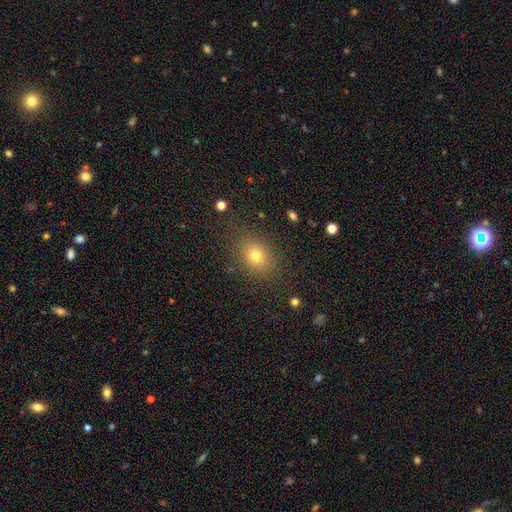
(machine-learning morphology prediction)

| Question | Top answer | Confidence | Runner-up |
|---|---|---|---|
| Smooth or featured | smooth | 75% | star or artifact (15%) |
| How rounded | in between | 52% | round (47%) |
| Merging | none | 84% | minor disturbance (10%) |